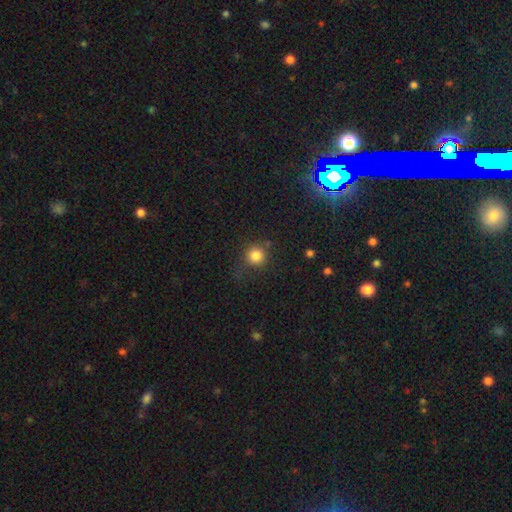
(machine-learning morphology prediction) Smooth or featured? smooth (82%)
How rounded? round (91%)
Merging? none (70%)